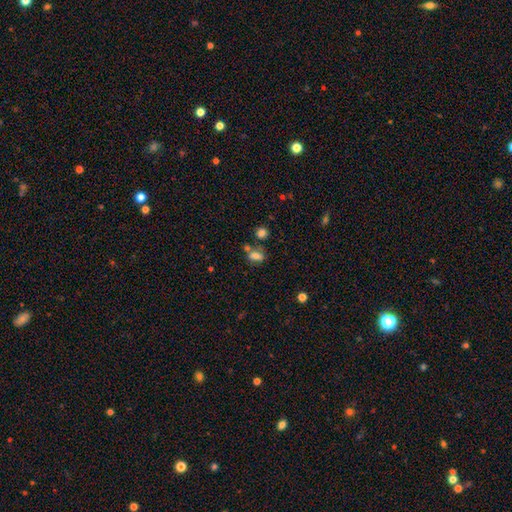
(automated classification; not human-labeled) smooth-or-featured: smooth: 68% | featured or disk: 17% | star or artifact: 15%
  how-rounded: in between: 70% | round: 25% | cigar-shaped: 5%
  merging: none: 52% | merger: 25% | minor disturbance: 16% | major disturbance: 7%